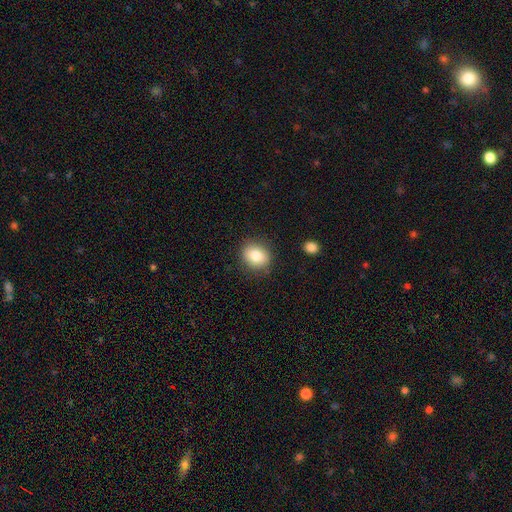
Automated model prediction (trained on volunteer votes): A smooth galaxy with no disk features (82%) that is round (61%). Merging: none (86%).